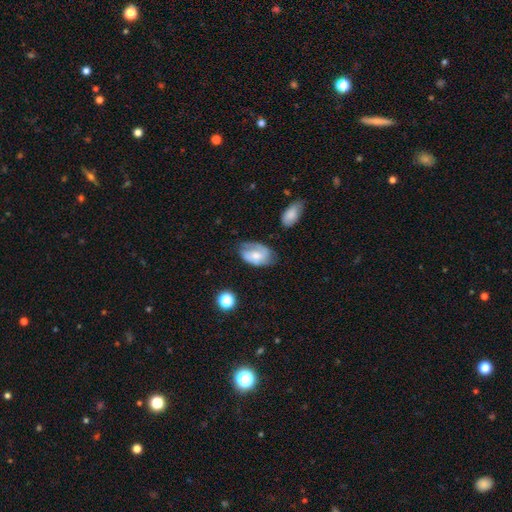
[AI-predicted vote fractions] A featured or disk galaxy (49%).

Vote fractions:
- Smooth or featured? featured or disk: 49% / smooth: 43% / star or artifact: 8%
- Merging? none: 57% / minor disturbance: 29% / major disturbance: 11% / merger: 3%